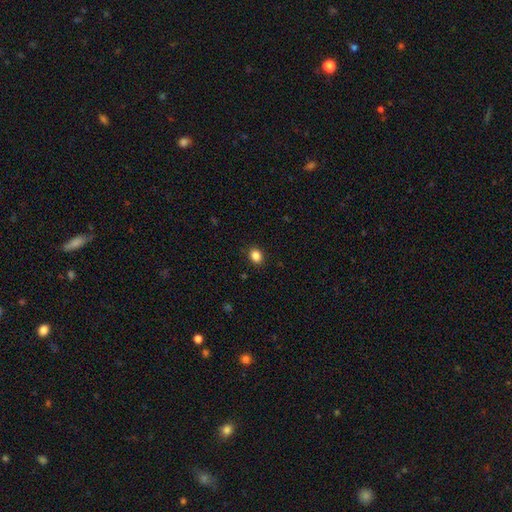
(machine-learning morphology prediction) smooth_or_featured: smooth (p=0.86) [alt: star or artifact p=0.10]
how_rounded: round (p=0.54) [alt: in between p=0.45]
merging: none (p=0.89) [alt: minor disturbance p=0.08]